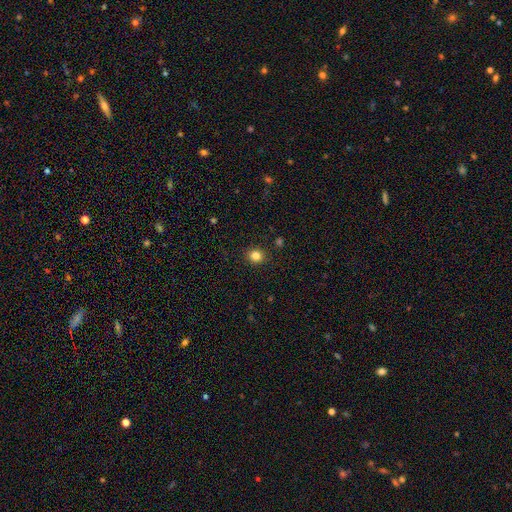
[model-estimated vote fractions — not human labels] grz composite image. It shows a smooth galaxy with no disk features (82%) that is round (84%). Merging: none (91%).